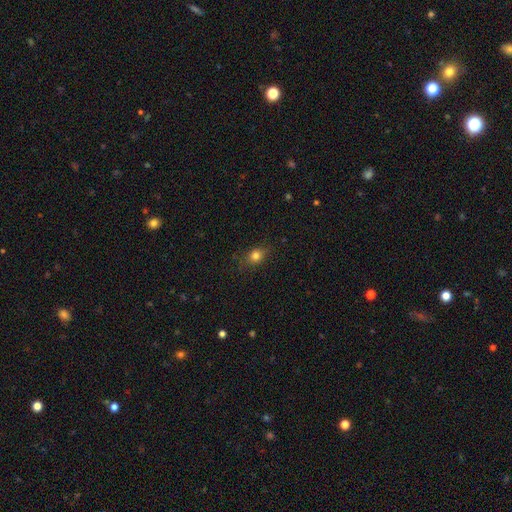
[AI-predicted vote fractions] The model was most divided on "how rounded": round: 51%, in between: 47%, cigar-shaped: 2%. More confident: merging — none (80%); smooth or featured — smooth (79%).